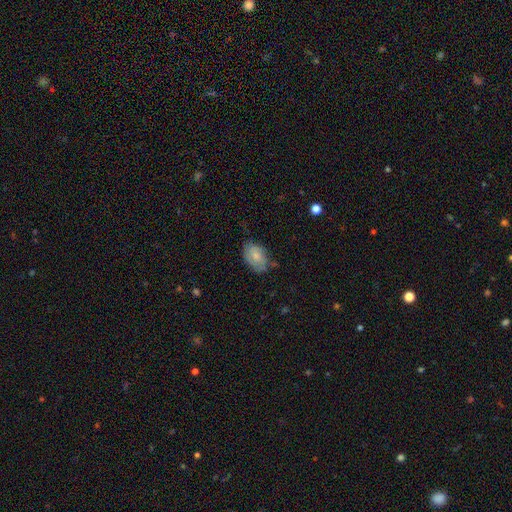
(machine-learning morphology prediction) smooth 70%, featured or disk 23%, star or artifact 7%. Down the decision tree: how rounded — in between (87%); merging — none (60%).